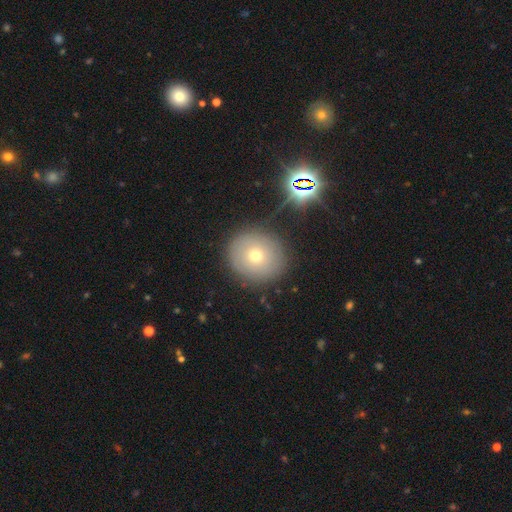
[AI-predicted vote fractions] Overall: smooth (61%; featured or disk 23%). How rounded: round (88%). Merging: none (85%).